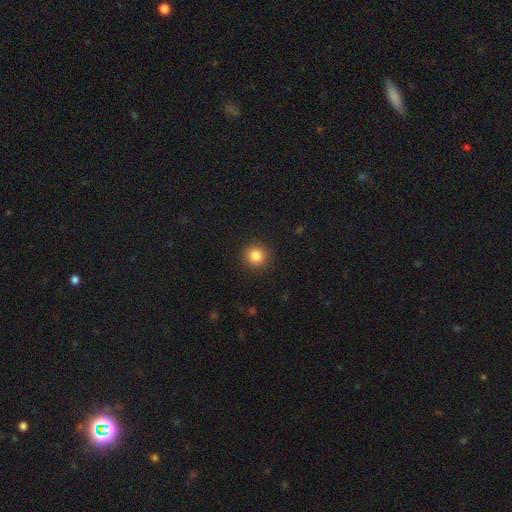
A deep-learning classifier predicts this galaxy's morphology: Q: Smooth or featured?
A: smooth (84%); runner-up: star or artifact (11%)
Q: How rounded?
A: round (94%); runner-up: in between (5%)
Q: Merging?
A: none (92%); runner-up: minor disturbance (5%)